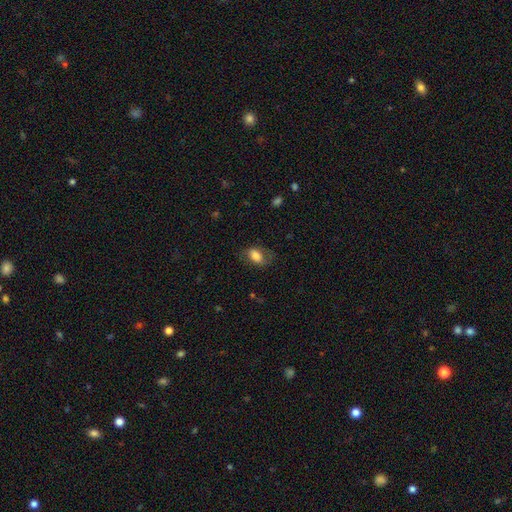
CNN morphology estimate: smooth_or_featured: smooth (p=0.76) [alt: featured or disk p=0.17]
how_rounded: in between (p=0.88) [alt: round p=0.10]
merging: none (p=0.62) [alt: minor disturbance p=0.22]